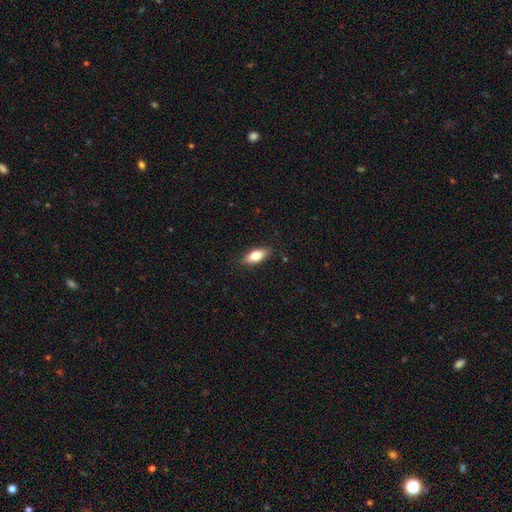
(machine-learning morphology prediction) A smooth galaxy with no disk features (76%) that is in between round and cigar-shaped (81%).

Vote fractions:
- Smooth or featured? smooth: 76% / featured or disk: 18% / star or artifact: 7%
- How rounded? in between: 81% / cigar-shaped: 16% / round: 3%
- Merging? none: 87% / minor disturbance: 10% / major disturbance: 2% / merger: 1%